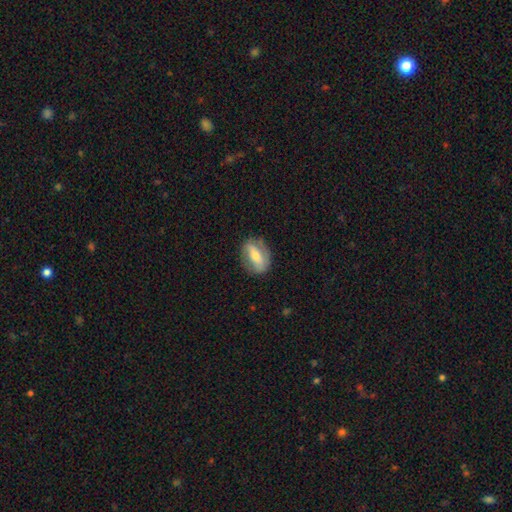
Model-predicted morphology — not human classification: type=featured or disk (50%); merging=none (76%).